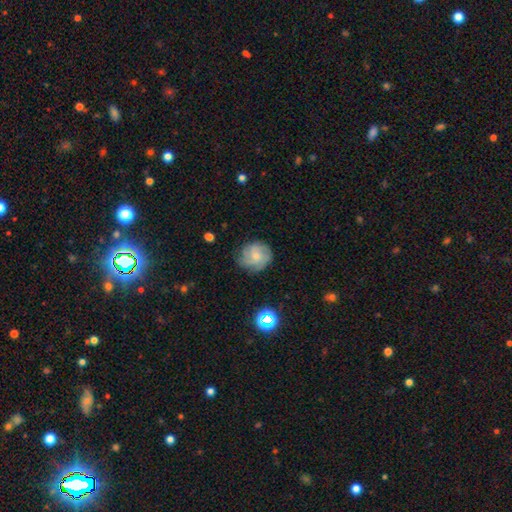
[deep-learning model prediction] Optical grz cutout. It shows a smooth galaxy with no disk features (45%, tied with featured or disk). Merging: none (71%).